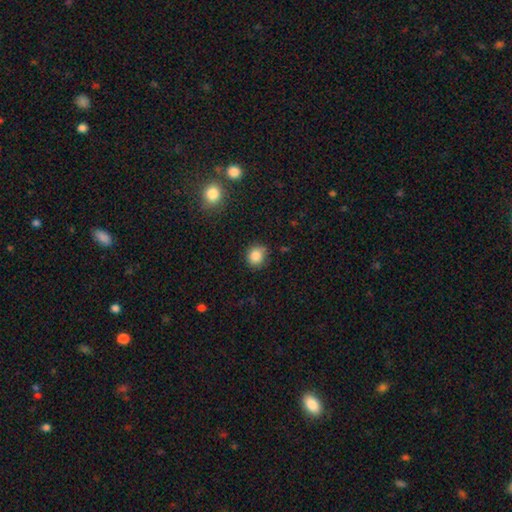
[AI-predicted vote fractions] This is clearly a smooth galaxy (85%). How rounded: likely round (78%). Merging: likely none (74%).